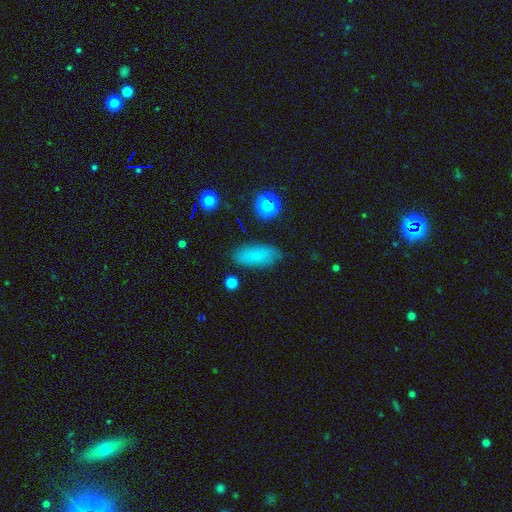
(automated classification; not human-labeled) Smooth or featured?
  - smooth: 80% *
  - featured or disk: 10%
  - star or artifact: 10%
How rounded?
  - in between: 81% *
  - cigar-shaped: 16%
  - round: 3%
Merging?
  - none: 83% *
  - minor disturbance: 12%
  - major disturbance: 3%
  - merger: 2%